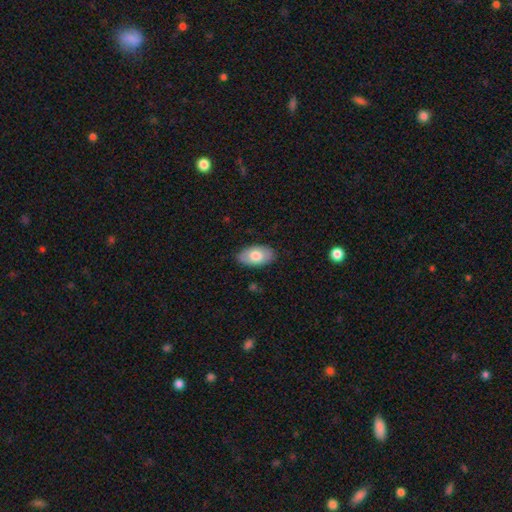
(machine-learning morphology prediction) A smooth galaxy with no disk features (73%) that is in between round and cigar-shaped (95%). Merging: none (84%).